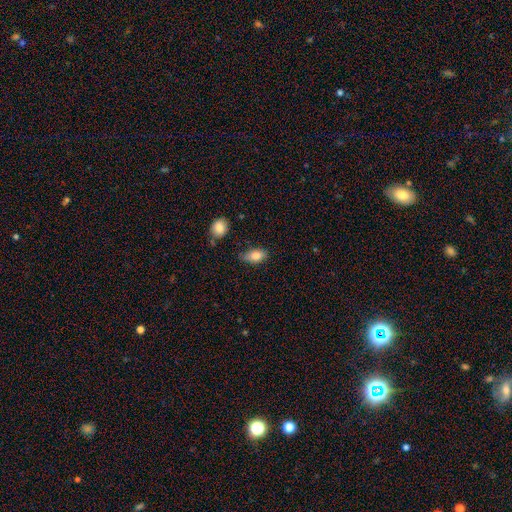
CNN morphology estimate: The model was most divided on "merging": none: 69%, minor disturbance: 24%, major disturbance: 4%, merger: 3%. More confident: how rounded — in between (89%); smooth or featured — smooth (82%).